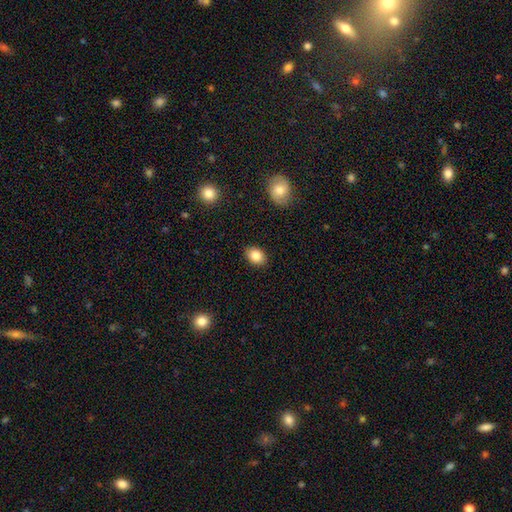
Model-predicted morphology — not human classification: The model was most divided on "how rounded": in between: 73%, round: 26%, cigar-shaped: 1%. More confident: merging — none (88%); smooth or featured — smooth (85%).